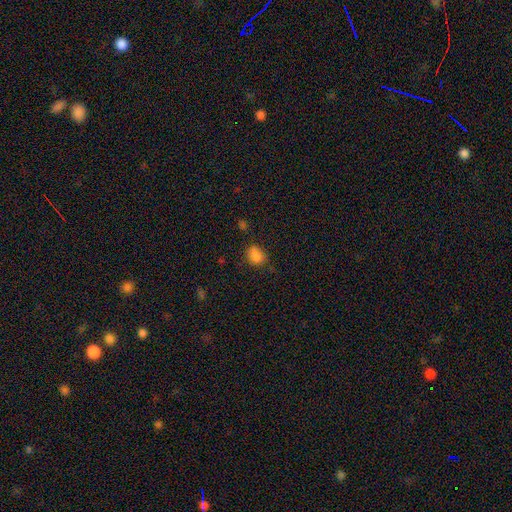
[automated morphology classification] The model was most divided on "how rounded": in between: 53%, round: 46%, cigar-shaped: 1%. More confident: smooth or featured — smooth (82%); merging — none (57%).